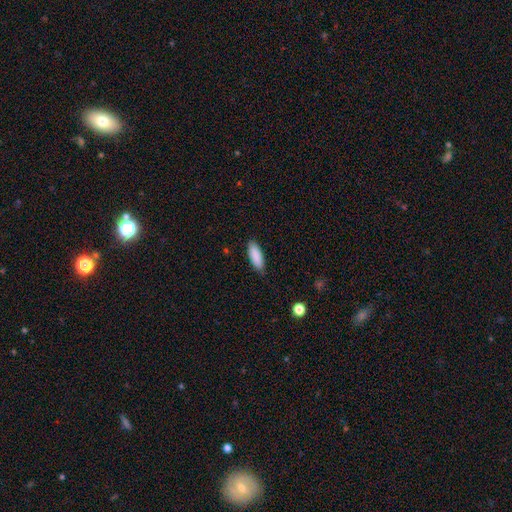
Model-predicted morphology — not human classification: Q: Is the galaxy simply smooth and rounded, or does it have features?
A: smooth — 89%.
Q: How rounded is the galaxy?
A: in between — 70%.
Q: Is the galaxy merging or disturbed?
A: none — 84%.